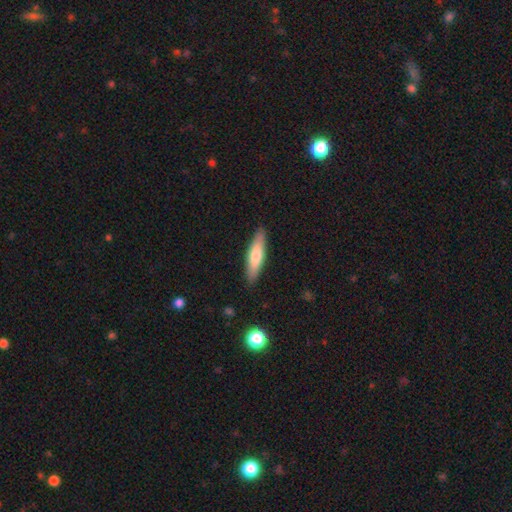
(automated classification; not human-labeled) smooth 65%, featured or disk 30%, star or artifact 5%. Down the decision tree: how rounded — cigar-shaped (76%); merging — none (89%).